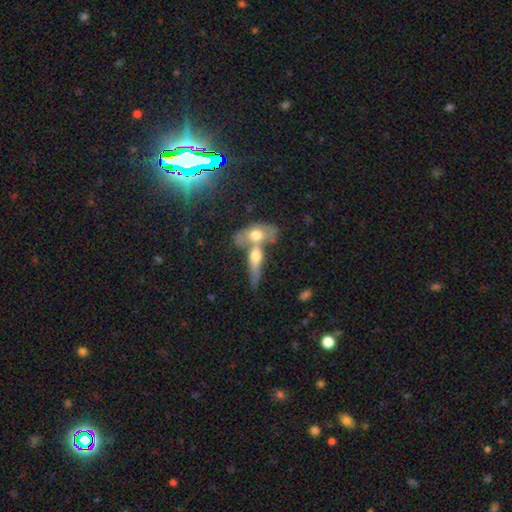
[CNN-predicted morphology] A featured or disk galaxy (47%). Merging: merger (61%).